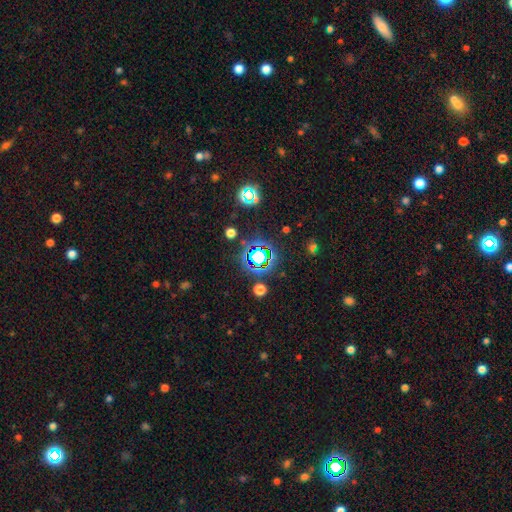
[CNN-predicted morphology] Q: Smooth or featured?
A: star or artifact (66%); runner-up: smooth (22%)